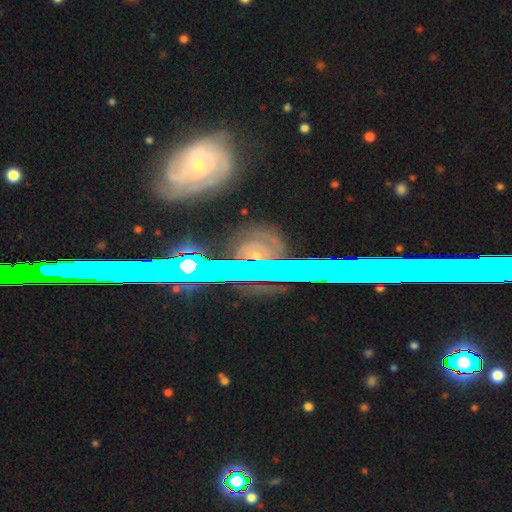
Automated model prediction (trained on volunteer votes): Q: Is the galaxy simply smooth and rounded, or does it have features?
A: star or artifact — 49%.